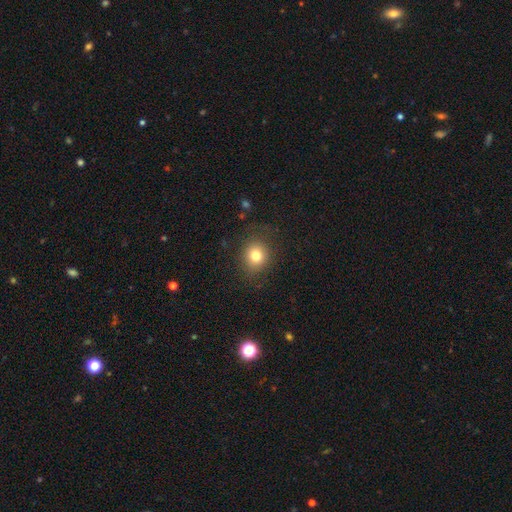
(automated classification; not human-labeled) smooth_or_featured: smooth (p=0.78) [alt: star or artifact p=0.12]
how_rounded: round (p=0.78) [alt: in between p=0.21]
merging: none (p=0.84) [alt: minor disturbance p=0.11]